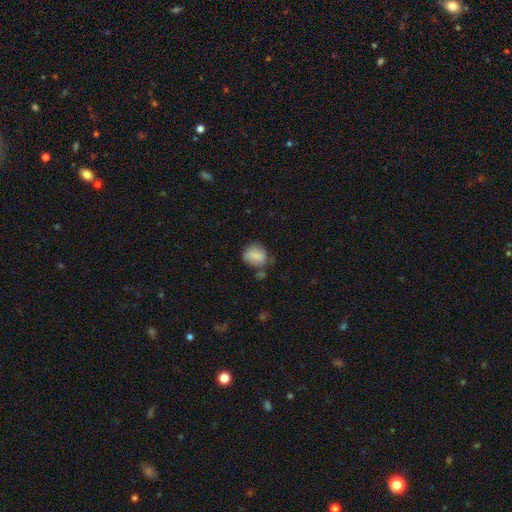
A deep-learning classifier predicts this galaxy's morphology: A smooth galaxy with no disk features (79%) that is round (60%). Merging: none (54%).